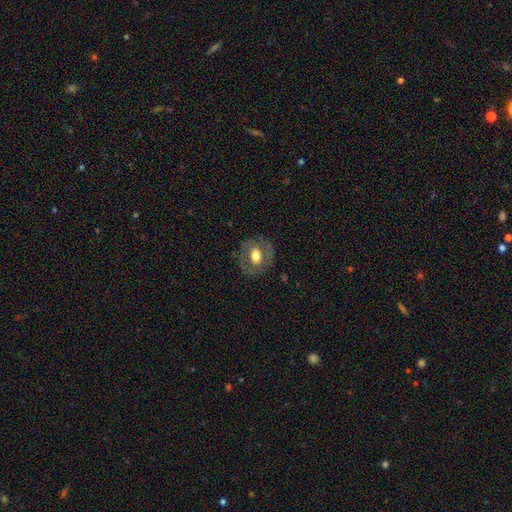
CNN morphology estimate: Smooth or featured? smooth (48%)
Merging? none (79%)